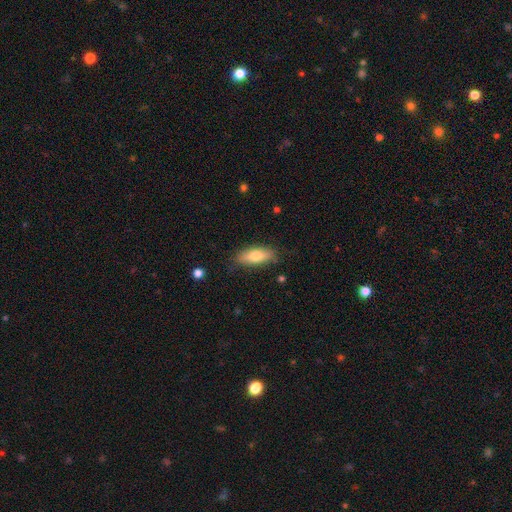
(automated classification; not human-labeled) smooth-or-featured: smooth: 73% | featured or disk: 21% | star or artifact: 6%
  how-rounded: in between: 70% | cigar-shaped: 27% | round: 3%
  merging: none: 81% | minor disturbance: 14% | major disturbance: 3% | merger: 1%